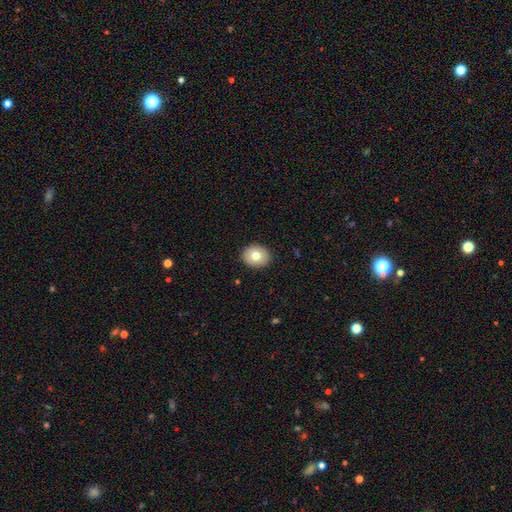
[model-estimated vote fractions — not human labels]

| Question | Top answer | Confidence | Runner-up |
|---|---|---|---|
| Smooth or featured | smooth | 76% | featured or disk (15%) |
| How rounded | round | 58% | in between (41%) |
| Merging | none | 90% | minor disturbance (7%) |